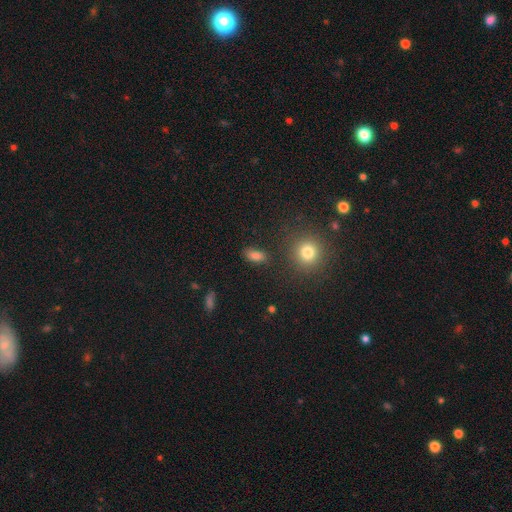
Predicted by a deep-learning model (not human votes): The model was most divided on "smooth or featured": smooth: 80%, star or artifact: 13%, featured or disk: 7%. More confident: how rounded — in between (85%); merging — none (81%).